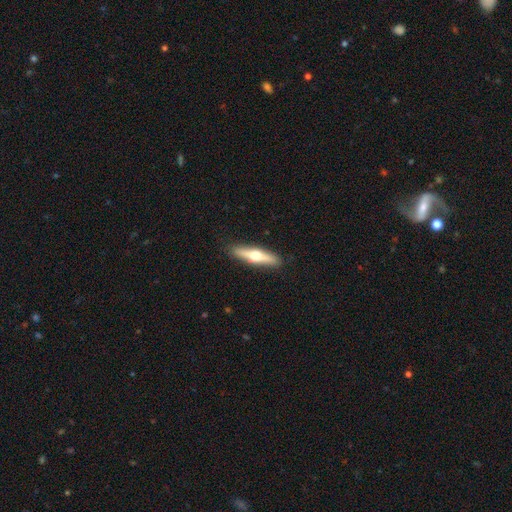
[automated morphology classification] The model was most divided on "smooth or featured": featured or disk: 54%, smooth: 41%, star or artifact: 5%. More confident: edge-on disk — yes (93%); edge-on bulge — rounded (93%); merging — none (90%).